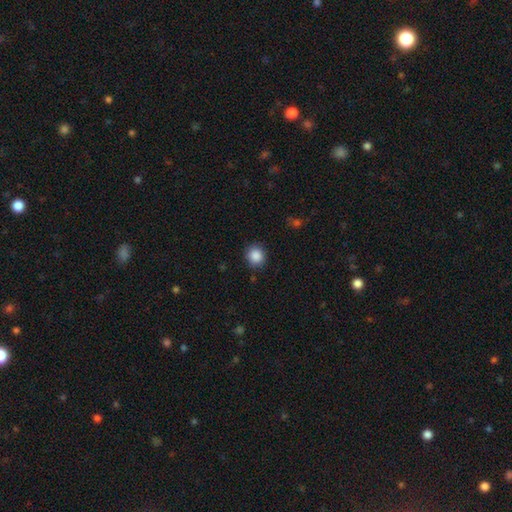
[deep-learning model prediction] Smooth or featured?
  - smooth: 88% *
  - star or artifact: 9%
  - featured or disk: 3%
How rounded?
  - round: 86% *
  - in between: 13%
  - cigar-shaped: 1%
Merging?
  - none: 87% *
  - minor disturbance: 9%
  - major disturbance: 2%
  - merger: 1%